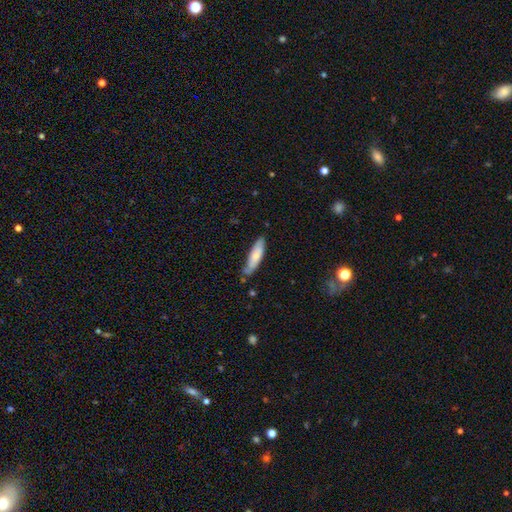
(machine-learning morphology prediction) Smooth or featured: smooth — 67% (featured or disk — 27%)
How rounded: cigar-shaped — 63% (in between — 35%)
Merging: none — 68% (minor disturbance — 24%)